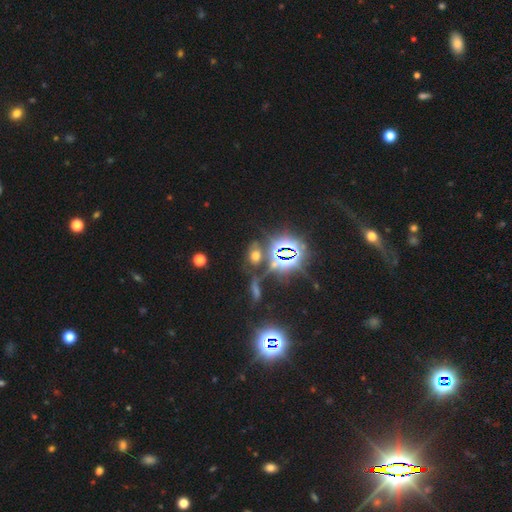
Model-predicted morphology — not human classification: Smooth or featured? Predicted: star or artifact (p=0.47).